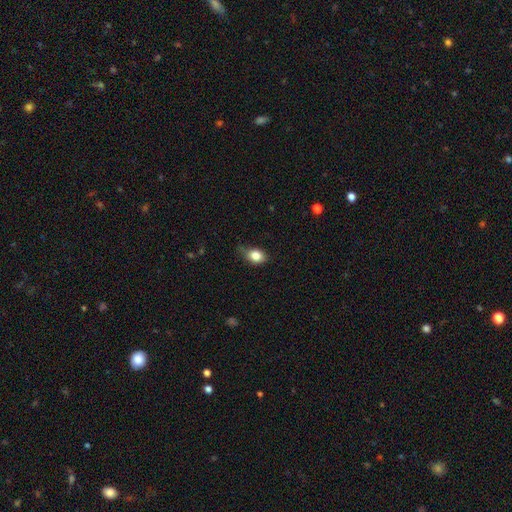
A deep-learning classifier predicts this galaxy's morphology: smooth 82%, featured or disk 9%, star or artifact 9%. Down the decision tree: how rounded — in between (67%); merging — none (55%).